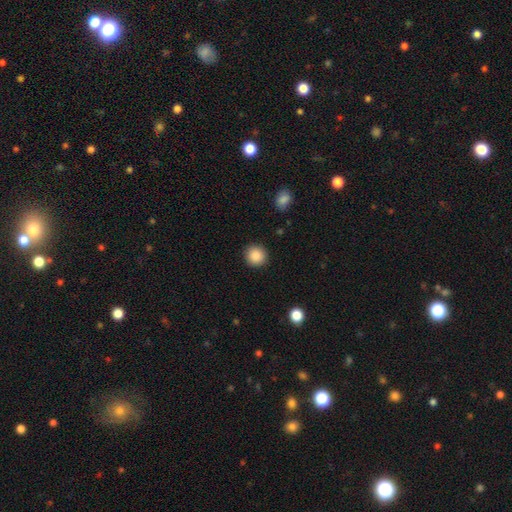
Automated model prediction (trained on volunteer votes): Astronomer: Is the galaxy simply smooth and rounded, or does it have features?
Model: smooth — 88%.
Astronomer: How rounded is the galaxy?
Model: round — 93%.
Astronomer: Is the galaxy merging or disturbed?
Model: none — 91%.